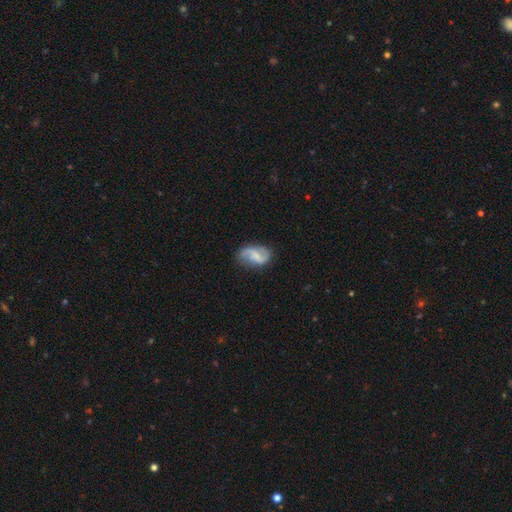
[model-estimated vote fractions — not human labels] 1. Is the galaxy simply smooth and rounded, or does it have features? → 70% featured or disk, 24% smooth, 7% star or artifact.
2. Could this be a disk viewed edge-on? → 98% no, 2% yes.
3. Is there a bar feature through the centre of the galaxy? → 48% weak, 33% no, 19% strong.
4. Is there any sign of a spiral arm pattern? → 92% yes, 8% no.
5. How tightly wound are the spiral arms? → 55% loose, 34% medium, 11% tight.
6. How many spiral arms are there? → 85% 2, 6% 1, 5% can't tell, 2% 3, 1% 4, 1% more than 4.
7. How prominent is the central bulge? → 40% none, 37% small, 19% moderate, 3% large, 1% dominant.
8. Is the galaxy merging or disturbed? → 68% none, 21% minor disturbance, 9% major disturbance, 2% merger.